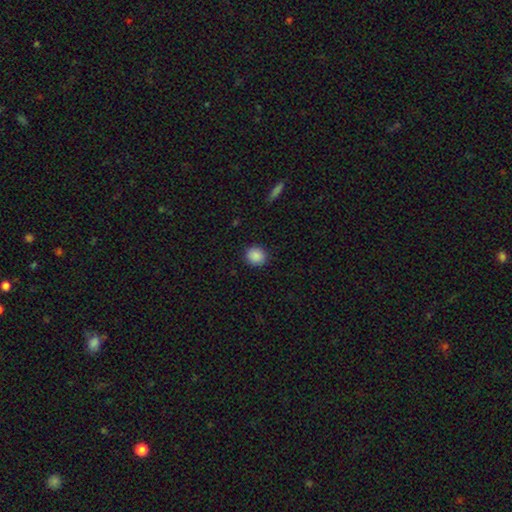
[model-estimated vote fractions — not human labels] Smooth or featured? Predicted: smooth (p=0.89). How rounded? Predicted: round (p=0.84). Merging? Predicted: none (p=0.90).